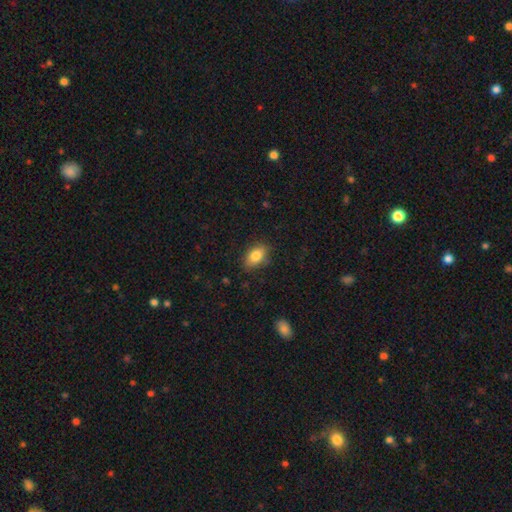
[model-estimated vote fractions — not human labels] Q: Smooth or featured?
A: smooth (82%); runner-up: featured or disk (10%)
Q: How rounded?
A: in between (87%); runner-up: round (10%)
Q: Merging?
A: none (81%); runner-up: minor disturbance (15%)